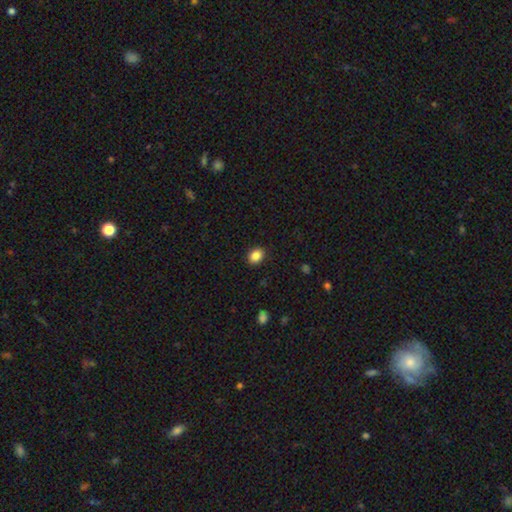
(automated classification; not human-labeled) smooth 86%, star or artifact 9%, featured or disk 5%. Down the decision tree: how rounded — in between (53%); merging — none (90%).